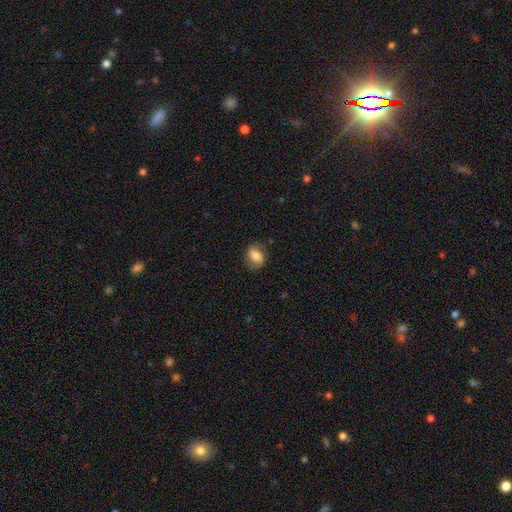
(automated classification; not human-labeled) The model was most divided on "smooth or featured": smooth: 65%, featured or disk: 26%, star or artifact: 8%. More confident: merging — none (73%); how rounded — in between (72%).